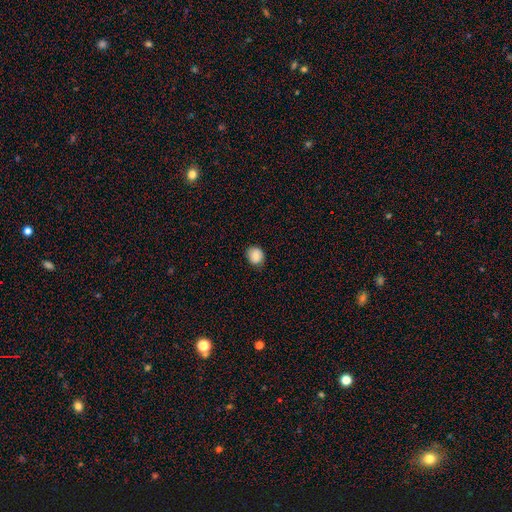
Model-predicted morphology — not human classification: This appears to be a smooth galaxy with no disk features (87%) that is round (71%). Merging: none (83%).